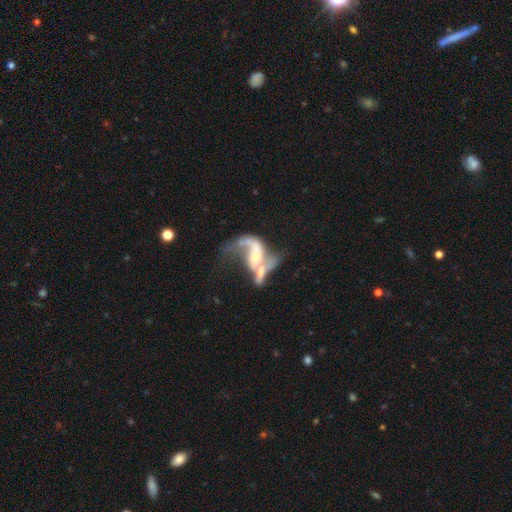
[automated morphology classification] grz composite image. It shows a featured or disk galaxy (78%) with no bar (48%), 2 (71%) loose (78%) spiral arms (79%) and a moderate central bulge (39%). Merging: merger (50%).